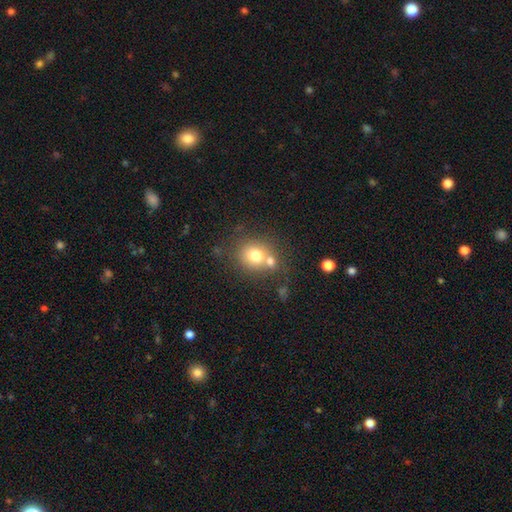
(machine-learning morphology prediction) smooth_or_featured: smooth (p=0.73) [alt: featured or disk p=0.15]
how_rounded: round (p=0.77) [alt: in between p=0.22]
merging: none (p=0.47) [alt: merger p=0.38]